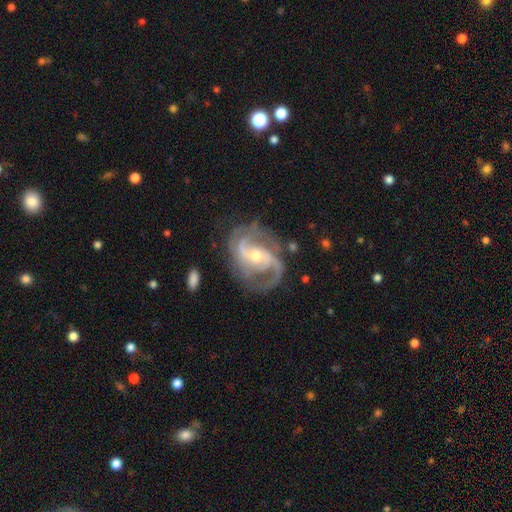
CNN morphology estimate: Smooth or featured?
  - featured or disk: 91% *
  - star or artifact: 5%
  - smooth: 4%
Edge-on disk?
  - no: 98% *
  - yes: 2%
Bar?
  - no: 41% *
  - weak: 39%
  - strong: 20%
Spiral arms?
  - yes: 98% *
  - no: 2%
Spiral winding?
  - medium: 54% *
  - tight: 26%
  - loose: 20%
Spiral arm count?
  - 2: 69% *
  - 3: 15%
  - can't tell: 7%
  - 1: 3%
  - 4: 3%
  - more than 4: 3%
Bulge size?
  - moderate: 52% *
  - small: 44%
  - large: 2%
  - none: 1%
  - dominant: 1%
Merging?
  - none: 70% *
  - minor disturbance: 18%
  - major disturbance: 10%
  - merger: 2%